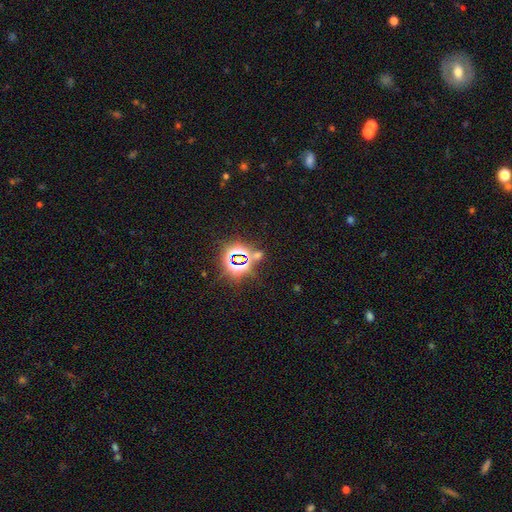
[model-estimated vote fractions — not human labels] smooth_or_featured: star or artifact (p=0.78) [alt: smooth p=0.15]